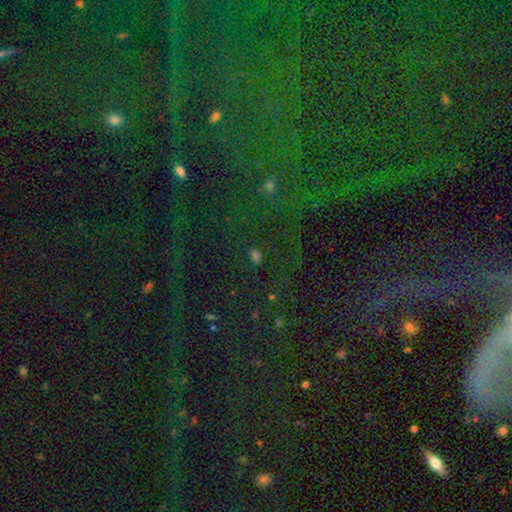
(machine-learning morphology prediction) Smooth or featured? Predicted: smooth (p=0.50). How rounded? Predicted: in between (p=0.64). Merging? Predicted: none (p=0.79).